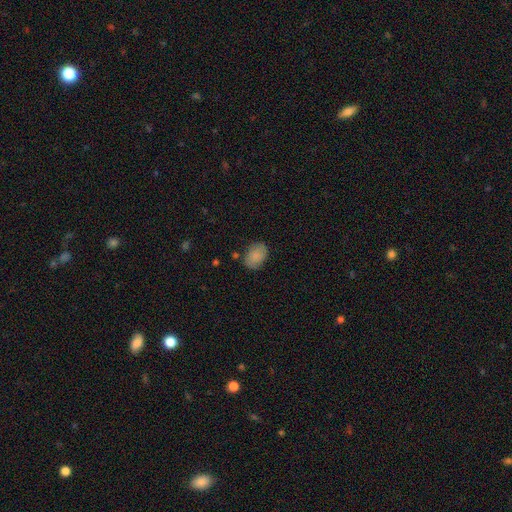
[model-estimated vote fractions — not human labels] smooth-or-featured: smooth: 82% | featured or disk: 11% | star or artifact: 7%
  how-rounded: in between: 81% | round: 18% | cigar-shaped: 1%
  merging: none: 77% | minor disturbance: 16% | major disturbance: 4% | merger: 3%